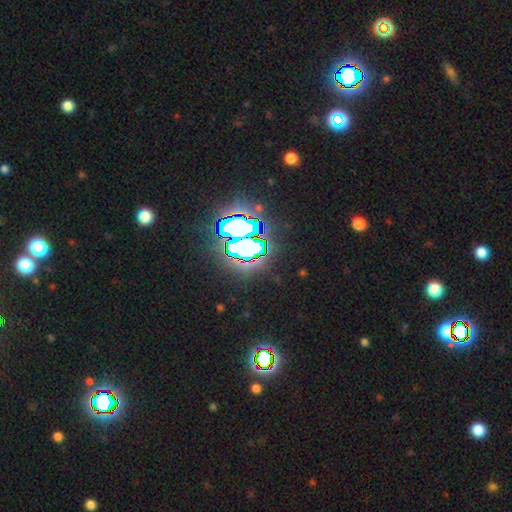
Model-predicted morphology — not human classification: Smooth or featured?
  - star or artifact: 74% *
  - smooth: 14%
  - featured or disk: 12%